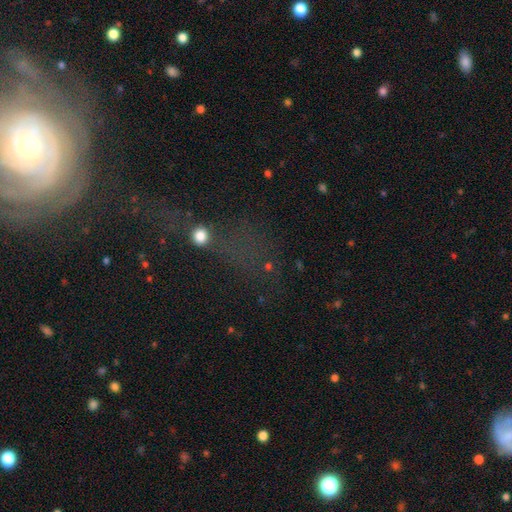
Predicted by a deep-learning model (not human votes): The model was most divided on "smooth or featured": featured or disk: 46%, star or artifact: 34%, smooth: 19%. Remaining: merging — none (49%).